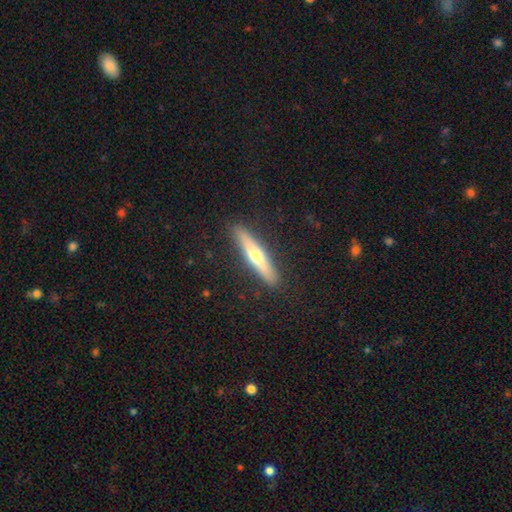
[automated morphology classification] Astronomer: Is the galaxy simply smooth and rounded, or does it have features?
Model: featured or disk — 50% (runner-up: smooth, 44%).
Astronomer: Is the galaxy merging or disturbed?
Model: none — 90%.